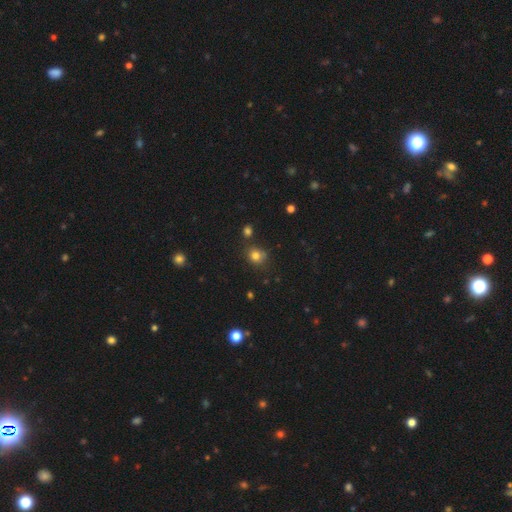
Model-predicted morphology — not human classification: A smooth galaxy with no disk features (78%) that is round (77%). Merging: none (75%).